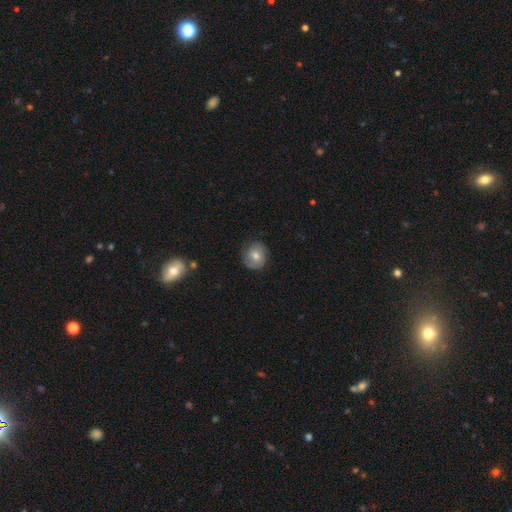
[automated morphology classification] Smooth or featured? smooth (59%)
How rounded? round (84%)
Merging? none (80%)